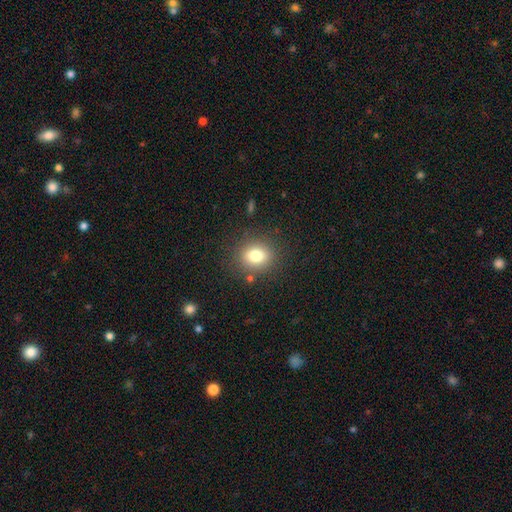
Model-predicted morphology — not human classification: Smooth or featured: smooth — 78% (star or artifact — 12%)
How rounded: round — 63% (in between — 36%)
Merging: none — 84% (minor disturbance — 9%)